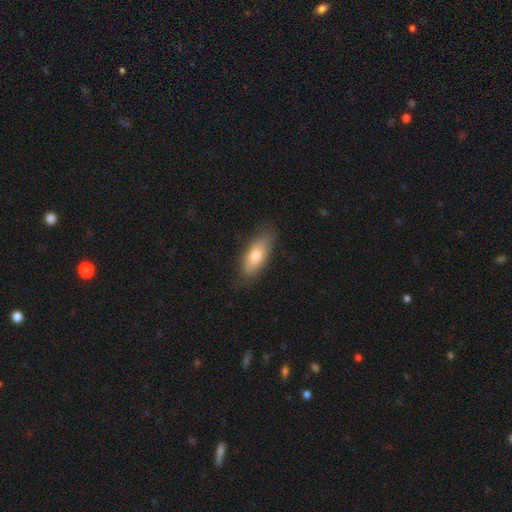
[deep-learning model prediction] Q: Smooth or featured?
A: smooth (73%); runner-up: featured or disk (21%)
Q: How rounded?
A: in between (75%); runner-up: cigar-shaped (22%)
Q: Merging?
A: none (80%); runner-up: minor disturbance (15%)